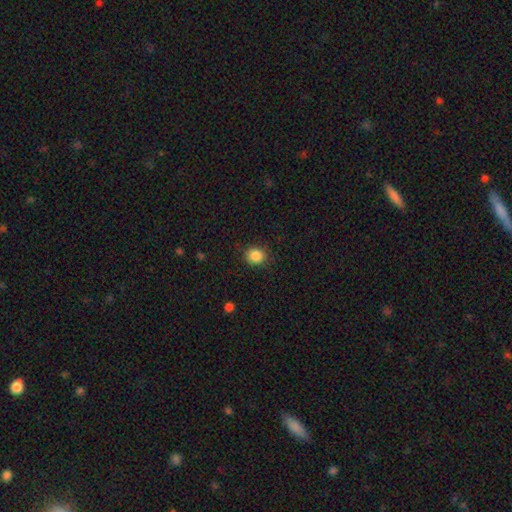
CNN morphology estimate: Smooth or featured?
  - smooth: 86% *
  - star or artifact: 10%
  - featured or disk: 4%
How rounded?
  - round: 80% *
  - in between: 19%
  - cigar-shaped: 1%
Merging?
  - none: 88% *
  - minor disturbance: 8%
  - major disturbance: 3%
  - merger: 1%